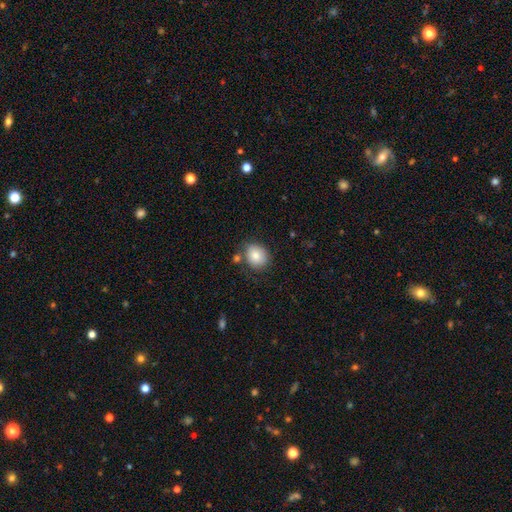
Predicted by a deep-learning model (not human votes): Overall: smooth (83%). How rounded: round (66%; in between 33%). Merging: none (73%).